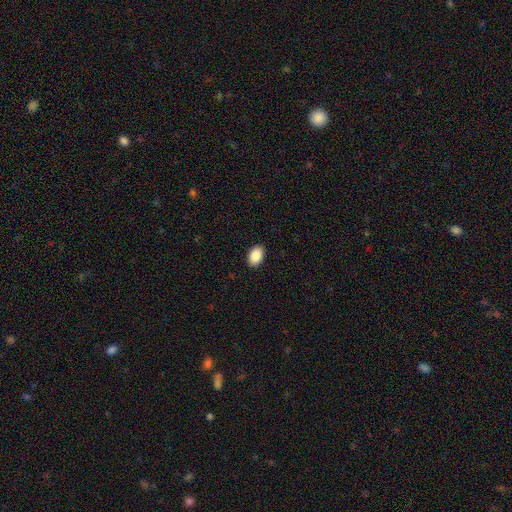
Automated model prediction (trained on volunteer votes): Smooth or featured? smooth (88%)
How rounded? in between (88%)
Merging? none (90%)